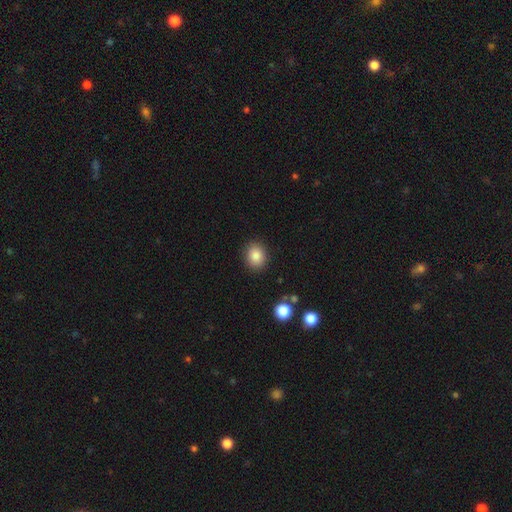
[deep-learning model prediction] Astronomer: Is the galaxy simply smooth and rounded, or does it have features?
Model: smooth — 85%.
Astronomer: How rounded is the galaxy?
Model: round — 61% (runner-up: in between, 38%).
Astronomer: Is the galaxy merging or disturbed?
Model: none — 88%.